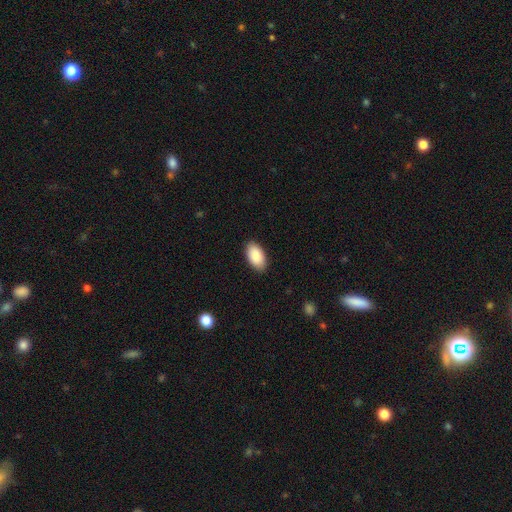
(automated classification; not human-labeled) Smooth or featured? Predicted: smooth (p=0.90). How rounded? Predicted: in between (p=0.95). Merging? Predicted: none (p=0.88).